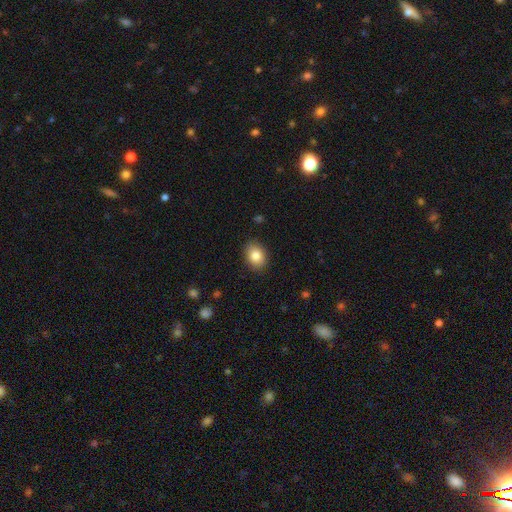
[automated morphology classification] type=smooth (84%); roundness=in between (65%); merging=none (88%).